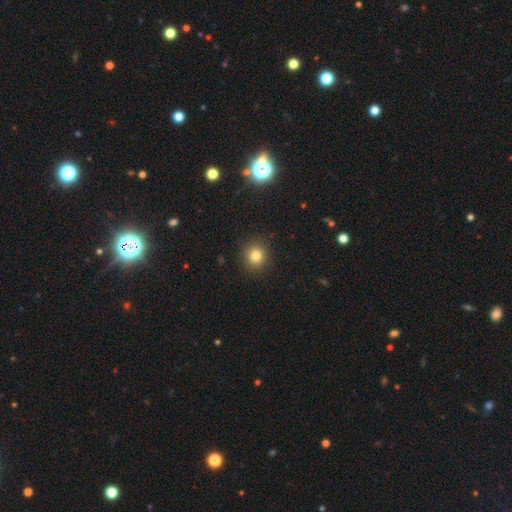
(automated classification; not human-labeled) Smooth or featured?
  - smooth: 80% *
  - star or artifact: 13%
  - featured or disk: 7%
How rounded?
  - round: 89% *
  - in between: 10%
  - cigar-shaped: 1%
Merging?
  - none: 90% *
  - minor disturbance: 6%
  - major disturbance: 2%
  - merger: 1%